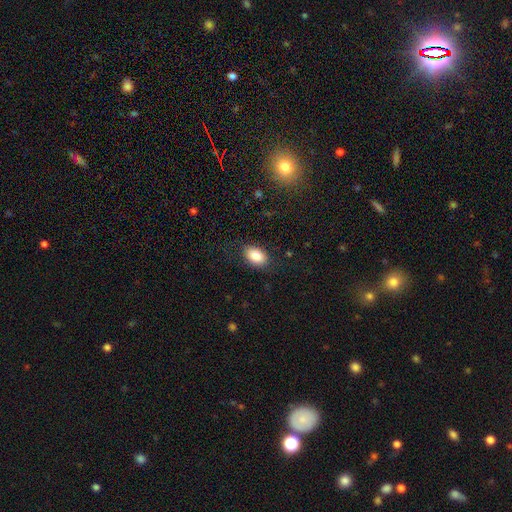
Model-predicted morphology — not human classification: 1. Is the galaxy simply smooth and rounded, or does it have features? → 88% smooth, 7% star or artifact, 5% featured or disk.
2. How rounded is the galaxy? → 90% in between, 8% round, 1% cigar-shaped.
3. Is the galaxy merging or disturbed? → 84% none, 12% minor disturbance, 4% major disturbance, 1% merger.